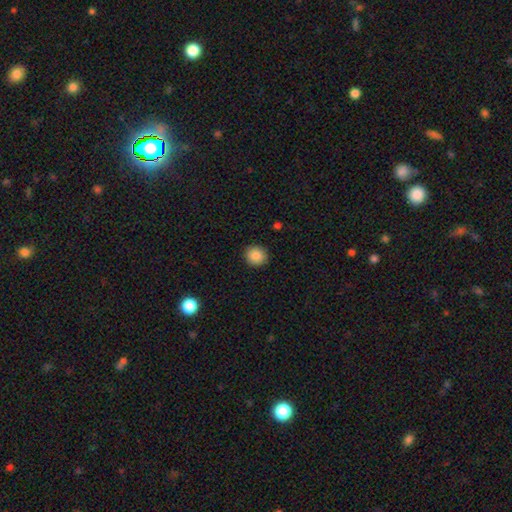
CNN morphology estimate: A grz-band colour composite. It shows a smooth galaxy with no disk features (87%) that is round (90%). Merging: none (92%).